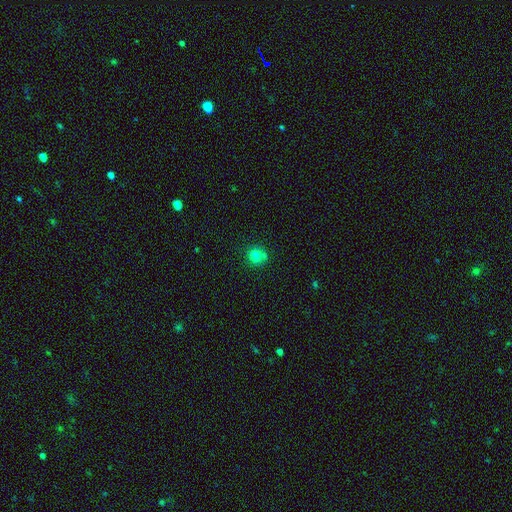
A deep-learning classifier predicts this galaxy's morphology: This is likely a smooth galaxy (79%). How rounded: clearly round (89%). Merging: likely none (70%).